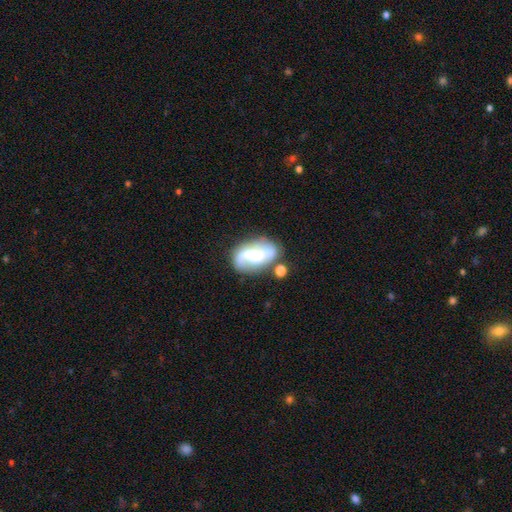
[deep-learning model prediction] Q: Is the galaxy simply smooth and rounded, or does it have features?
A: featured or disk — 72%.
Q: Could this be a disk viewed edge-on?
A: no — 96%.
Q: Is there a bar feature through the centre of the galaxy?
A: no — 44%.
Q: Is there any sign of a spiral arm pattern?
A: yes — 84%.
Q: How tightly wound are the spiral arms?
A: loose — 58%.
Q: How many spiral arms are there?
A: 2 — 83%.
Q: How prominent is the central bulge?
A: moderate — 58%.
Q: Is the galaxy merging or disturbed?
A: none — 58%.